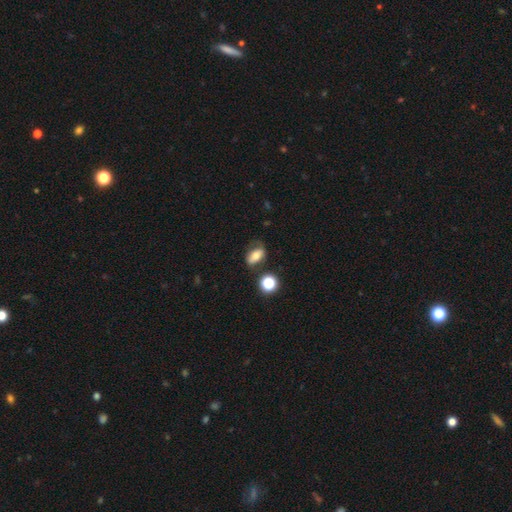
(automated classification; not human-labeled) This appears to be a smooth galaxy with no disk features (62%) that is in between round and cigar-shaped (81%). Merging: none (60%).